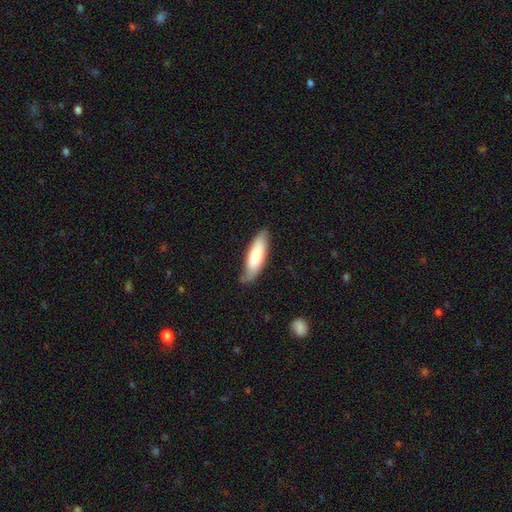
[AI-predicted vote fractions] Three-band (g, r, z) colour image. It shows a smooth galaxy with no disk features (73%) that is cigar-shaped (51%). Merging: none (73%).